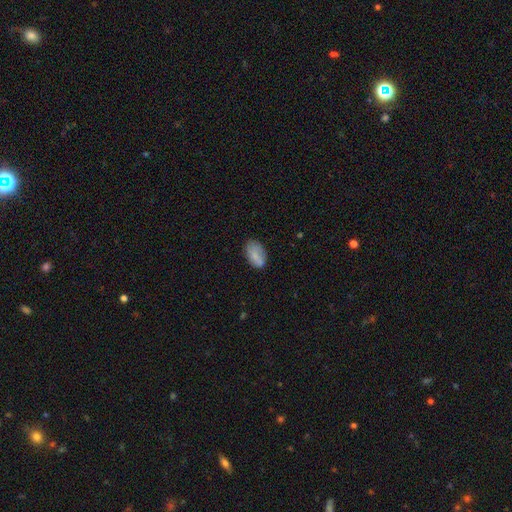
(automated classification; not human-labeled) Overall: smooth (78%). How rounded: in between (92%). Merging: none (64%; minor disturbance 25%).